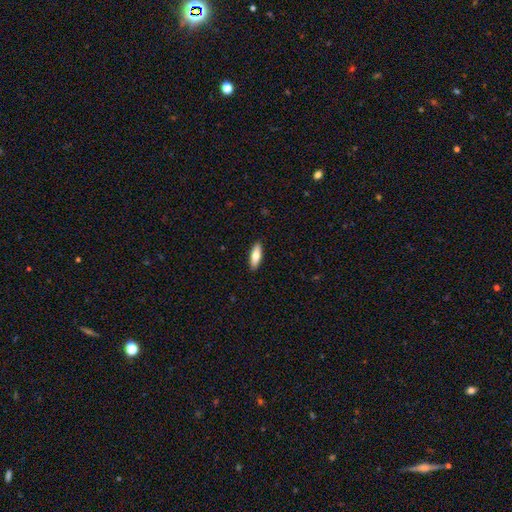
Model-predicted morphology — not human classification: Smooth or featured: smooth — 76% (featured or disk — 19%)
How rounded: in between — 58% (cigar-shaped — 40%)
Merging: none — 91% (minor disturbance — 7%)